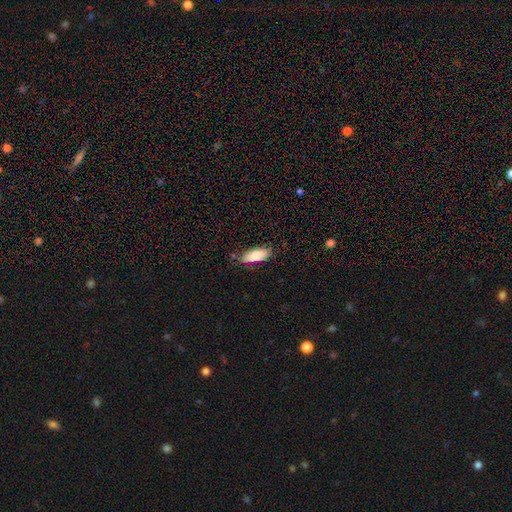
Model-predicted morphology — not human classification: type=smooth (80%); roundness=in between (75%); merging=none (79%).